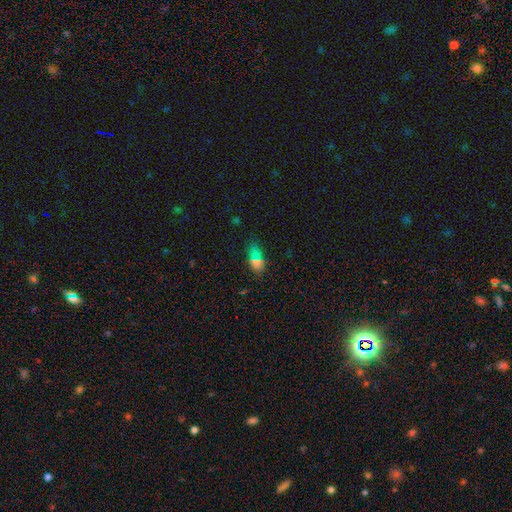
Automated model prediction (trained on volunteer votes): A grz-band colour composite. It shows a smooth galaxy with no disk features (66%) that is in between round and cigar-shaped (77%). Merging: none (54%).